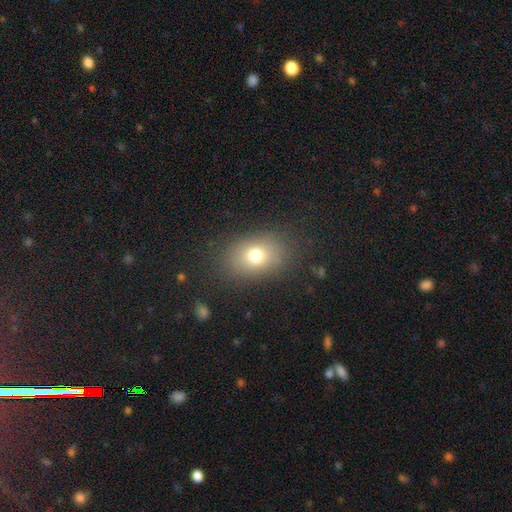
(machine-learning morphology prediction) Overall: smooth (73%). How rounded: in between (70%). Merging: none (82%).